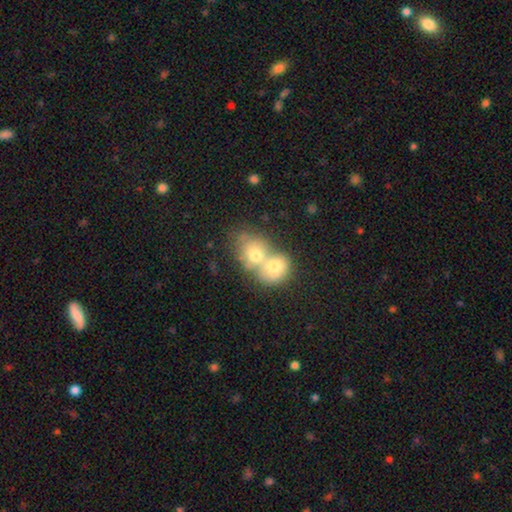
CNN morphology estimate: This appears to be a smooth galaxy with no disk features (67%) that is round (59%). Merging: merger (72%).